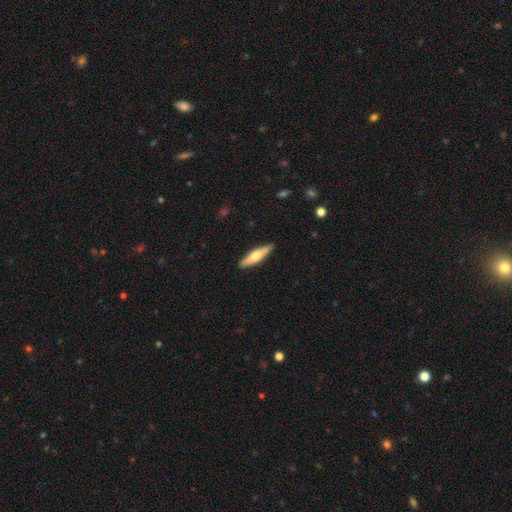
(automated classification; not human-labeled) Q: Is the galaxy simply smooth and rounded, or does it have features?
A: smooth — 52%.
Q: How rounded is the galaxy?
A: cigar-shaped — 74%.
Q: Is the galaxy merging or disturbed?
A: none — 89%.